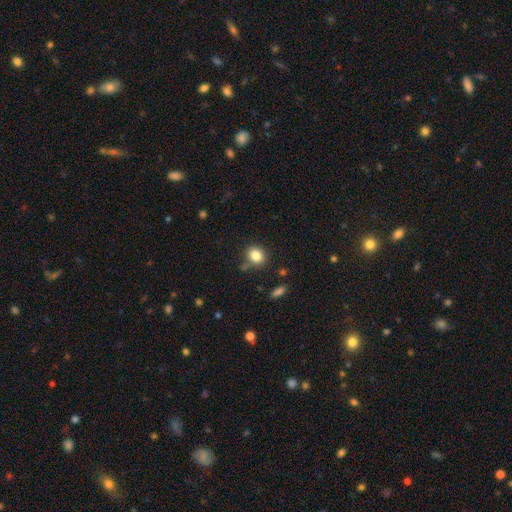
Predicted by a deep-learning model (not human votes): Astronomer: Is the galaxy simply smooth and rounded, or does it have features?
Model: smooth — 83%.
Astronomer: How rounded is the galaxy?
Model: round — 71%.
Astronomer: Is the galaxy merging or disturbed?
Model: none — 76%.